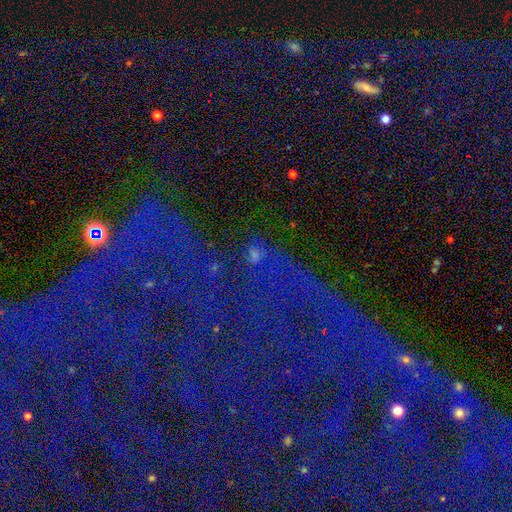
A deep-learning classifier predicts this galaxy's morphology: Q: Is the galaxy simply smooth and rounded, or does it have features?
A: star or artifact — 49%.